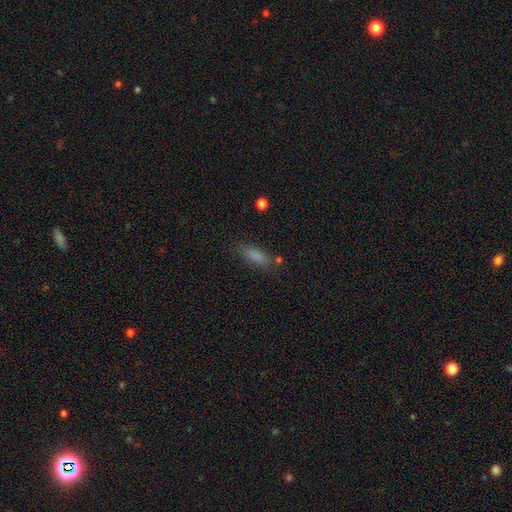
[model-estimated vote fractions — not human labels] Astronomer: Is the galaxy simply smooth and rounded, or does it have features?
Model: smooth — 81%.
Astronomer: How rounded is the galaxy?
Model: in between — 58% (runner-up: cigar-shaped, 40%).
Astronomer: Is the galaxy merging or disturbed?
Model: none — 76%.